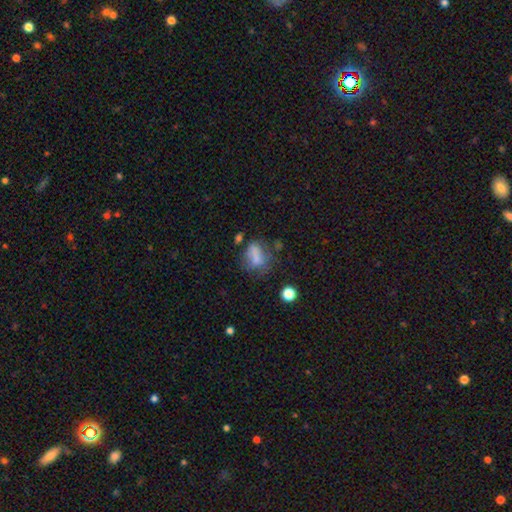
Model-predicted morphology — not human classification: Q: Smooth or featured?
A: smooth (62%); runner-up: featured or disk (24%)
Q: How rounded?
A: in between (63%); runner-up: round (33%)
Q: Merging?
A: none (37%); runner-up: major disturbance (26%)